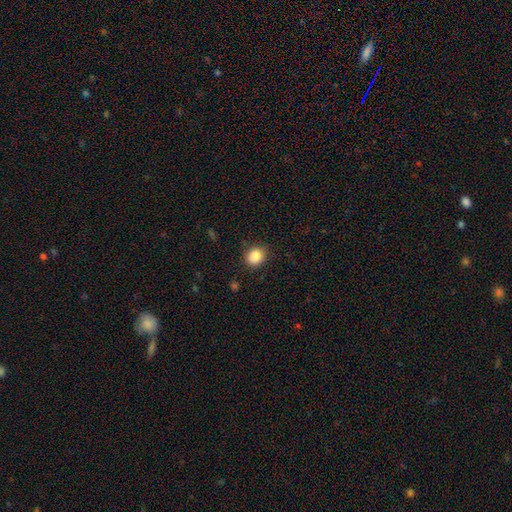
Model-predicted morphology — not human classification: Q: Smooth or featured?
A: smooth (85%); runner-up: star or artifact (10%)
Q: How rounded?
A: round (70%); runner-up: in between (30%)
Q: Merging?
A: none (83%); runner-up: minor disturbance (13%)